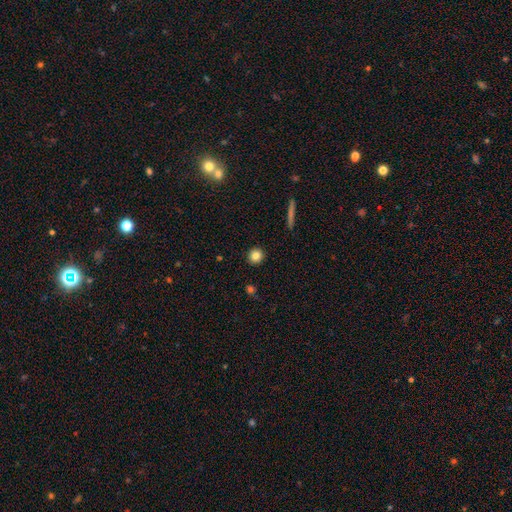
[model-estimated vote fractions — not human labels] Smooth or featured?
  - smooth: 83% *
  - star or artifact: 10%
  - featured or disk: 7%
How rounded?
  - round: 93% *
  - in between: 6%
  - cigar-shaped: 1%
Merging?
  - none: 93% *
  - minor disturbance: 5%
  - major disturbance: 1%
  - merger: 1%